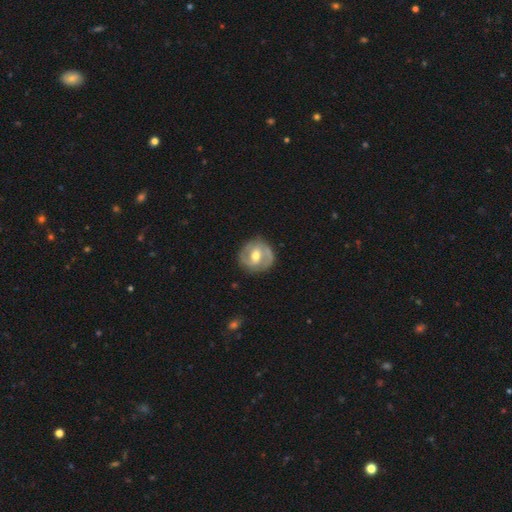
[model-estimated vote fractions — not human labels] smooth-or-featured: featured or disk: 78% | smooth: 18% | star or artifact: 5%
  disk-edge-on: no: 97% | yes: 3%
    bar: weak: 47% | no: 28% | strong: 25%
    has-spiral-arms: yes: 87% | no: 13%
      spiral-winding: tight: 44% (tied) | medium: 44% (tied) | loose: 12%
      spiral-arm-count: 2: 85% | can't tell: 8% | 1: 3% | 3: 2% | 4: 1% | more than 4: 1%
    bulge-size: moderate: 73% | small: 20% | large: 5% | none: 1% | dominant: 1%
  merging: none: 83% | minor disturbance: 12% | major disturbance: 4% | merger: 1%